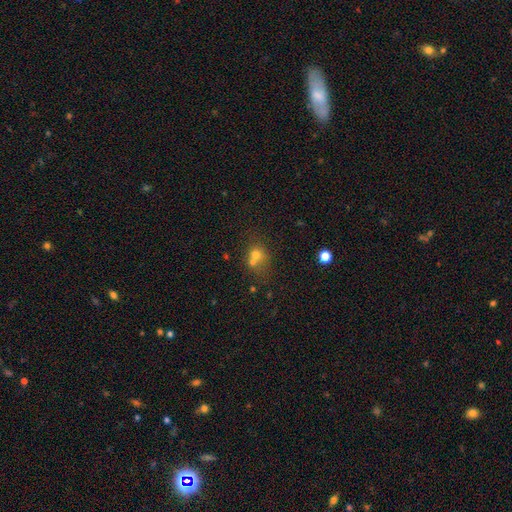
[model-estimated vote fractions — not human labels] smooth 65%, star or artifact 19%, featured or disk 16%. Down the decision tree: how rounded — round (75%); merging — merger (48%).